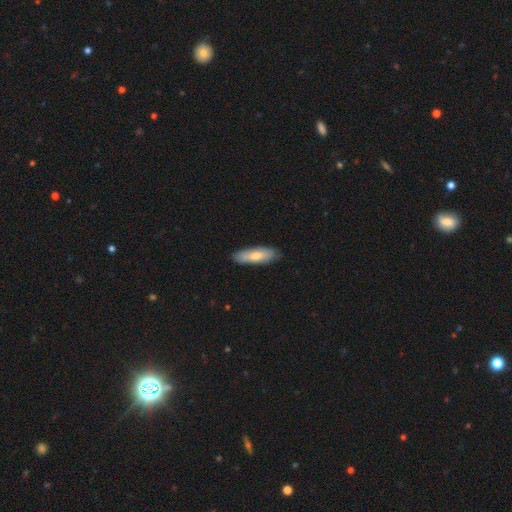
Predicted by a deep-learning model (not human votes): Smooth or featured? smooth (71%)
How rounded? in between (53%)
Merging? none (79%)